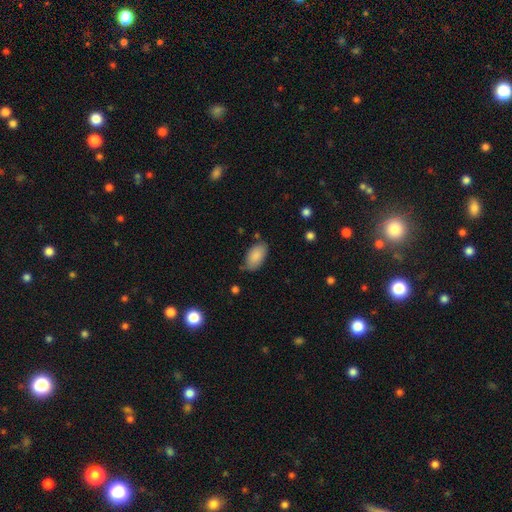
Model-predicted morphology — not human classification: The model was most divided on "merging": none: 71%, minor disturbance: 22%, major disturbance: 4%, merger: 2%. More confident: how rounded — in between (95%); smooth or featured — smooth (87%).